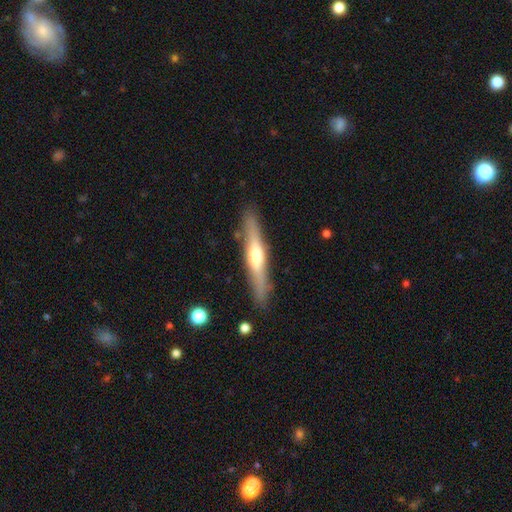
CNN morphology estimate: The model was most divided on "smooth or featured": featured or disk: 62%, smooth: 33%, star or artifact: 5%. More confident: edge-on disk — yes (95%); merging — none (87%); edge-on bulge — rounded (84%).